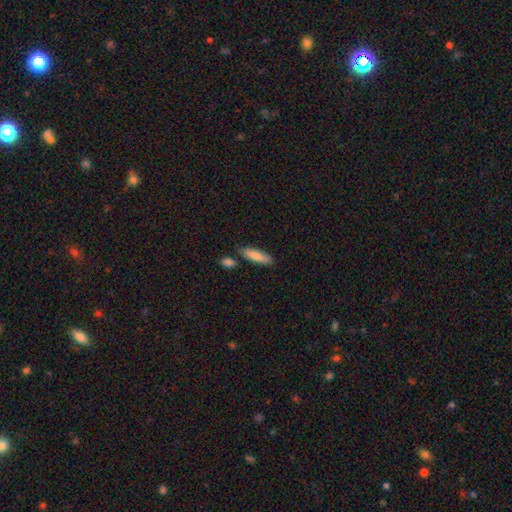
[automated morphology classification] Q: Smooth or featured?
A: smooth (83%); runner-up: featured or disk (11%)
Q: How rounded?
A: cigar-shaped (62%); runner-up: in between (37%)
Q: Merging?
A: none (76%); runner-up: minor disturbance (12%)